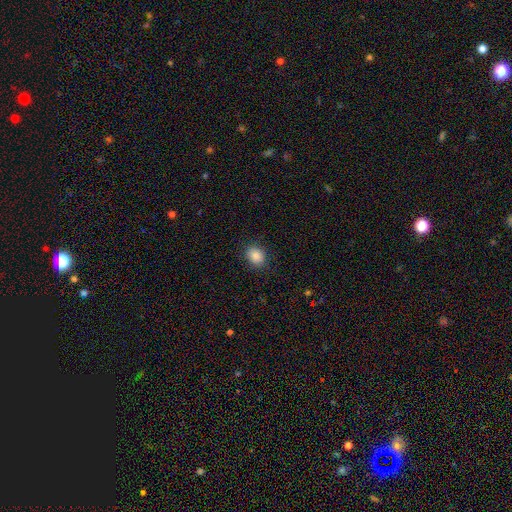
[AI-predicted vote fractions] The model was most divided on "how rounded": round: 51%, in between: 48%, cigar-shaped: 1%. More confident: merging — none (88%); smooth or featured — smooth (85%).